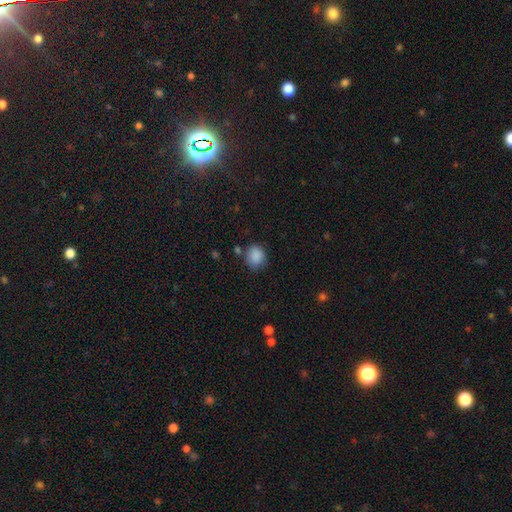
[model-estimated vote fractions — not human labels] Smooth or featured: smooth — 87% (star or artifact — 9%)
How rounded: round — 73% (in between — 27%)
Merging: none — 75% (minor disturbance — 15%)